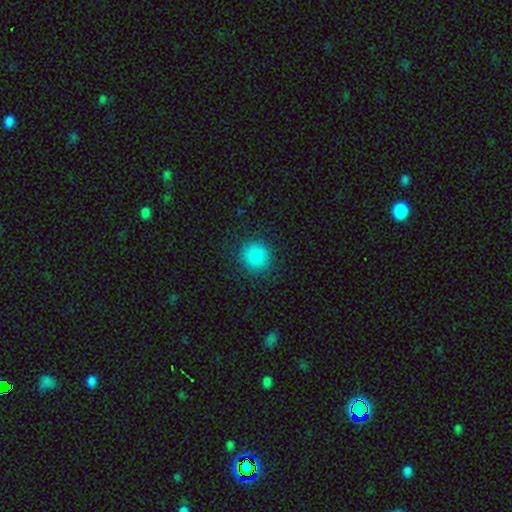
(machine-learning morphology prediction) This is clearly a smooth galaxy (87%). How rounded: clearly round (88%). Merging: clearly none (88%).